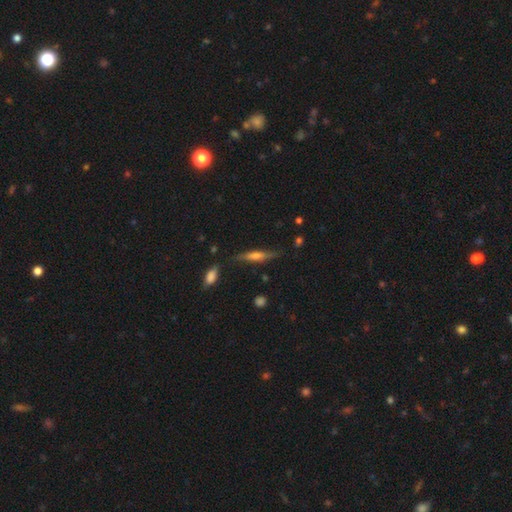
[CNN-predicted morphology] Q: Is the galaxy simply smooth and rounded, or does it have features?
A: featured or disk — 58%.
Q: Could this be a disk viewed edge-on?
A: yes — 91%.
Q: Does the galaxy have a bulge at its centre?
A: rounded — 68%.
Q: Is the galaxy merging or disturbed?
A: none — 76%.